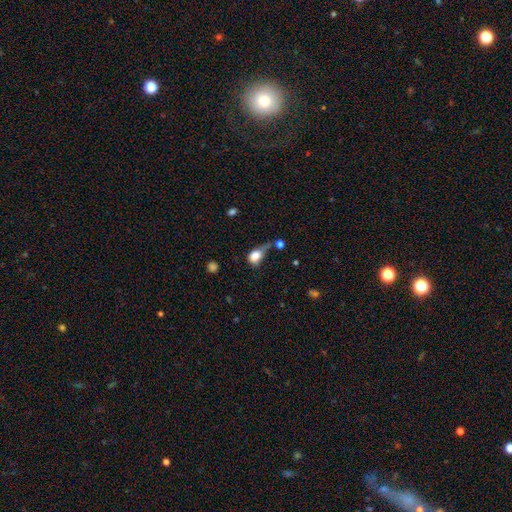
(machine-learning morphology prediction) Q: Smooth or featured?
A: smooth (77%); runner-up: featured or disk (13%)
Q: How rounded?
A: in between (65%); runner-up: round (32%)
Q: Merging?
A: major disturbance (33%); runner-up: minor disturbance (28%)